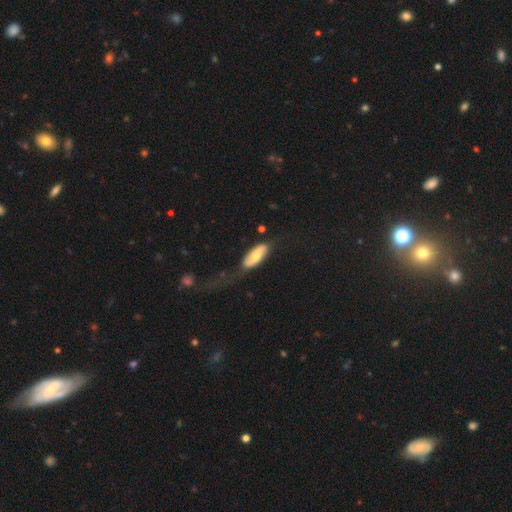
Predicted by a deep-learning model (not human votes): A smooth galaxy with no disk features (53%) that is in between round and cigar-shaped (78%).

Vote fractions:
- Smooth or featured? smooth: 53% / featured or disk: 41% / star or artifact: 6%
- How rounded? in between: 78% / cigar-shaped: 19% / round: 2%
- Merging? none: 48% / minor disturbance: 25% / major disturbance: 24% / merger: 4%